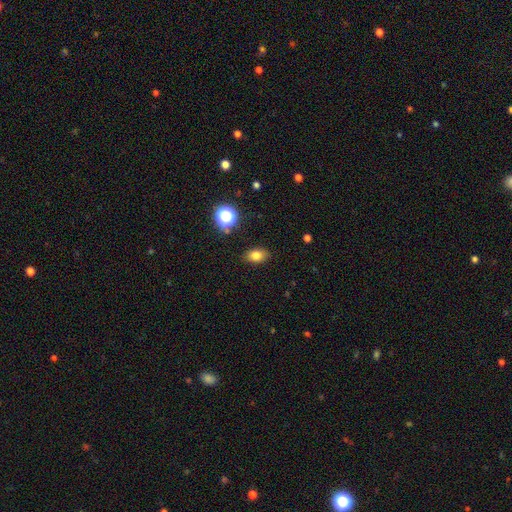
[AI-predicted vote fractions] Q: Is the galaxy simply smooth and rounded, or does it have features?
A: smooth — 79%.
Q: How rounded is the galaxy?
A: in between — 81%.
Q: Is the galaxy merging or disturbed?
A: none — 86%.